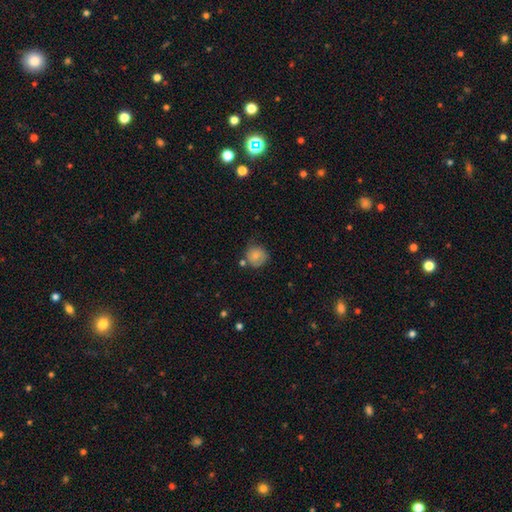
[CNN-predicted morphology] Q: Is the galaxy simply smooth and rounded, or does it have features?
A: smooth — 75%.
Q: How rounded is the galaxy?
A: round — 86%.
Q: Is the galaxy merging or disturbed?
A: none — 59%.